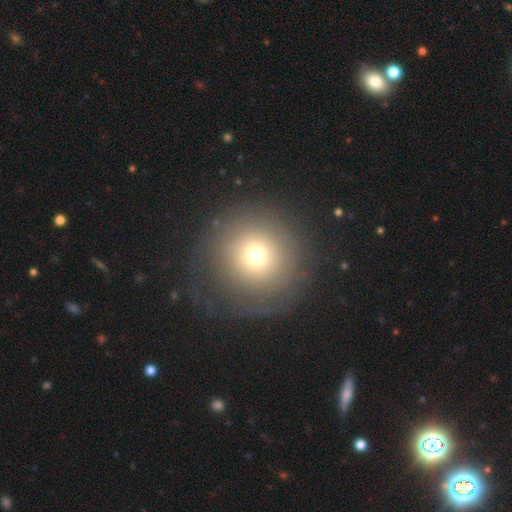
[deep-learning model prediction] smooth 67%, featured or disk 18%, star or artifact 15%. Down the decision tree: how rounded — round (95%); merging — none (73%).